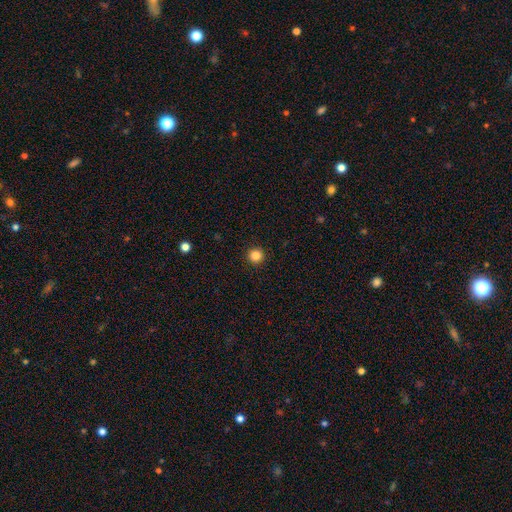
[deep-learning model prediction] Smooth or featured: smooth — 84% (star or artifact — 12%)
How rounded: round — 96% (in between — 3%)
Merging: none — 93% (minor disturbance — 4%)